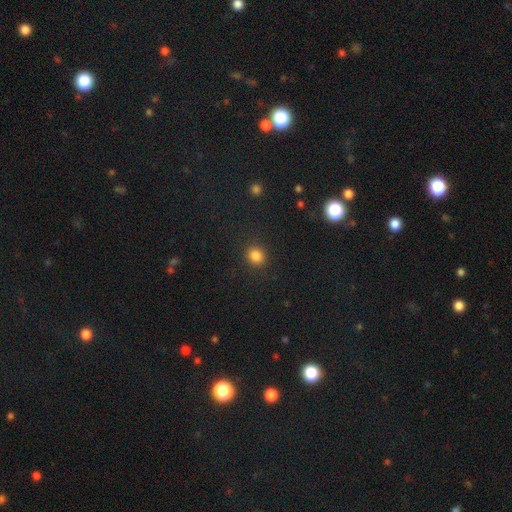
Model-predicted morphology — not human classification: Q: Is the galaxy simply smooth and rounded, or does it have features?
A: smooth — 84%.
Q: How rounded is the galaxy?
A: round — 77%.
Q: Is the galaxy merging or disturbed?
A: none — 88%.